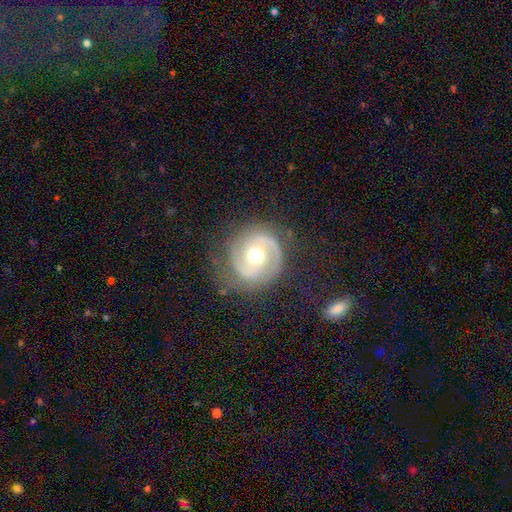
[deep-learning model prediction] Smooth or featured? featured or disk (86%)
Edge-on disk? no (98%)
Bar? no (57%)
Spiral arms? yes (95%)
Spiral winding? tight (45%)
Spiral arm count? 2 (86%)
Bulge size? moderate (77%)
Merging? none (77%)